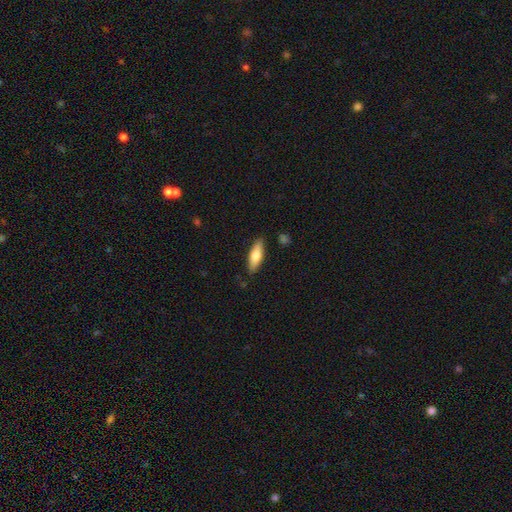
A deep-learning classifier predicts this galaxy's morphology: The model was most divided on "how rounded": in between: 53%, cigar-shaped: 45%, round: 2%. More confident: merging — none (86%); smooth or featured — smooth (70%).